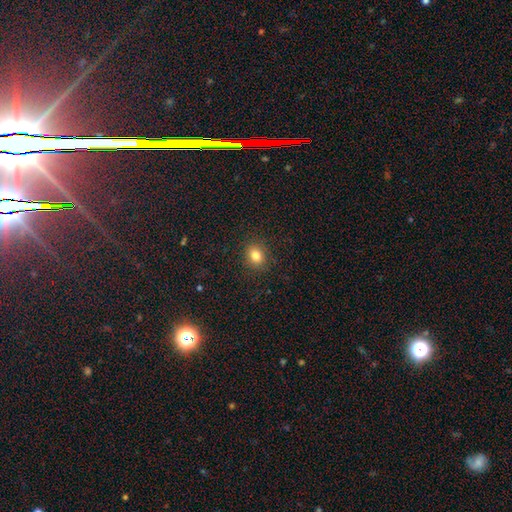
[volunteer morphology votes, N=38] Overall: smooth (87%). How rounded: in between (52%; round 48%). Merging: none (91%).